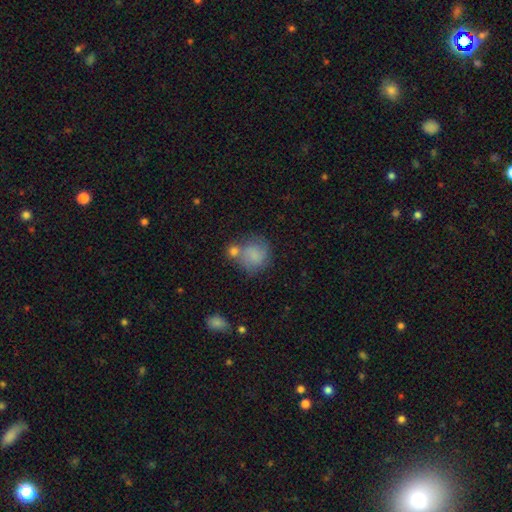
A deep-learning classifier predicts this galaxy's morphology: type=smooth (72%); roundness=round (78%); merging=none (46%).